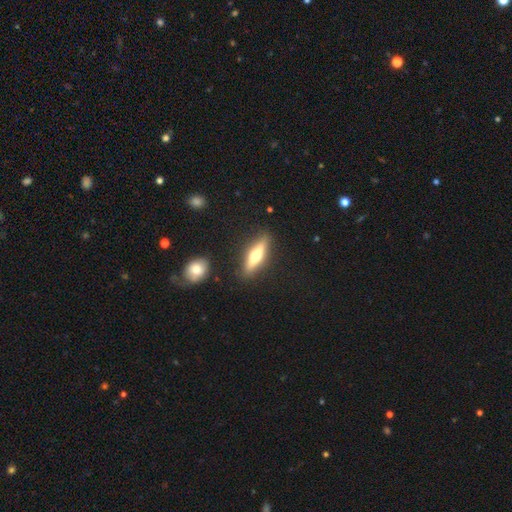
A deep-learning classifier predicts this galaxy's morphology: smooth_or_featured: featured or disk (p=0.49) [alt: smooth p=0.45]
merging: none (p=0.87) [alt: minor disturbance p=0.08]